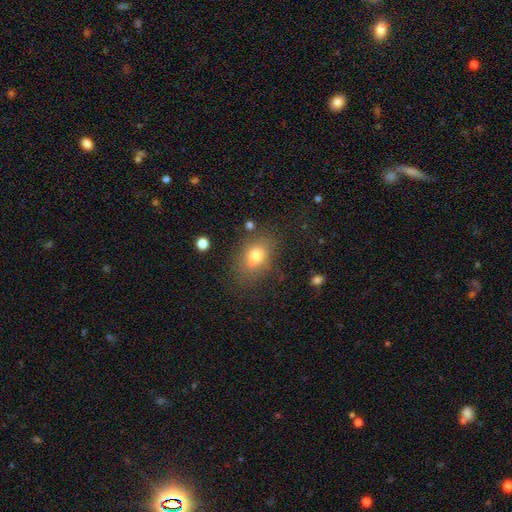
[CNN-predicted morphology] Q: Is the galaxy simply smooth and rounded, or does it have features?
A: smooth — 73%.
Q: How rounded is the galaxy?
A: in between — 66%.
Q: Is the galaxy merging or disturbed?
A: none — 65%.